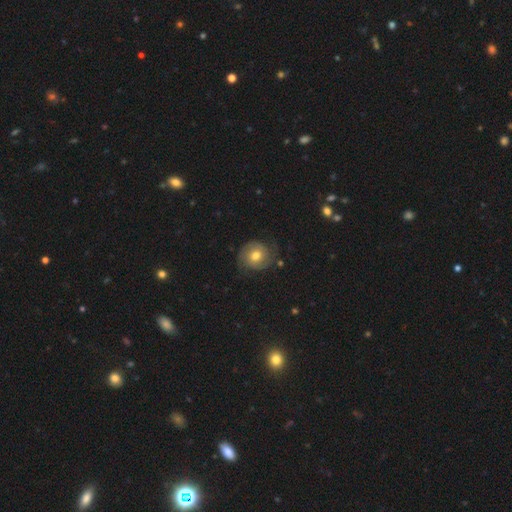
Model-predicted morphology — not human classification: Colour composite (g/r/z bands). It shows a featured or disk galaxy (64%) with no bar (70%), 2 (82%) tight (51%) spiral arms (88%) and a moderate central bulge (77%). Merging: none (73%).